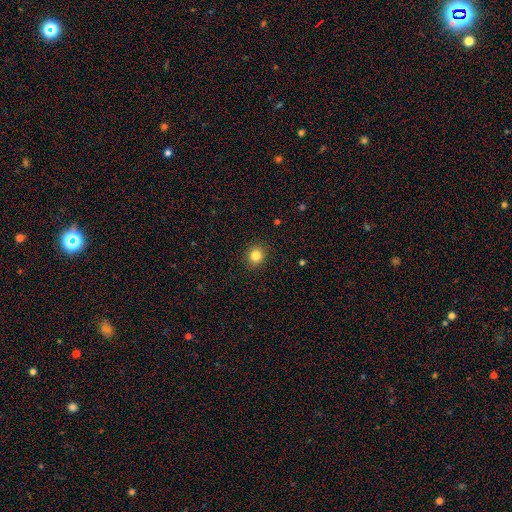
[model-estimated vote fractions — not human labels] Smooth or featured? smooth (83%)
How rounded? round (81%)
Merging? none (91%)